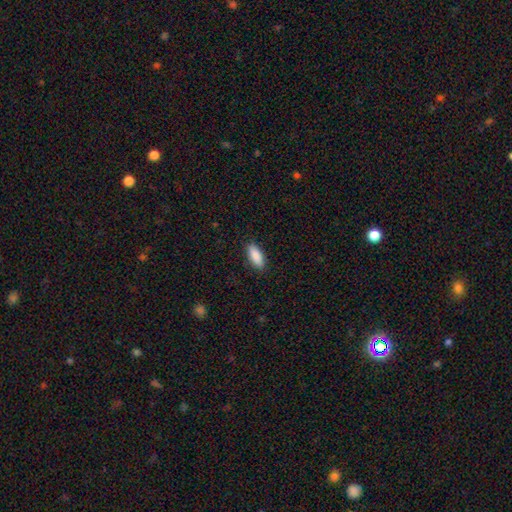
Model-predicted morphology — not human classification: A smooth galaxy with no disk features (89%) that is in between round and cigar-shaped (82%).

Vote fractions:
- Smooth or featured? smooth: 89% / star or artifact: 6% / featured or disk: 5%
- How rounded? in between: 82% / cigar-shaped: 16% / round: 2%
- Merging? none: 88% / minor disturbance: 9% / major disturbance: 2% / merger: 1%